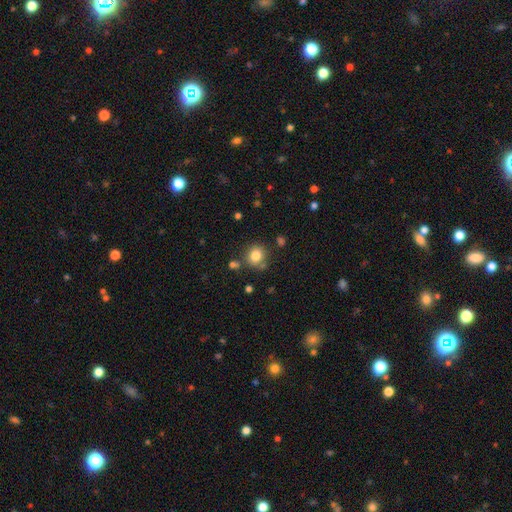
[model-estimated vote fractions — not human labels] This appears to be a smooth galaxy with no disk features (81%) that is round (84%). Merging: none (76%).